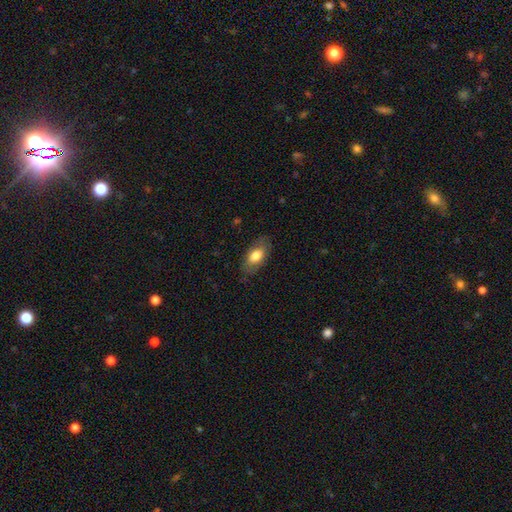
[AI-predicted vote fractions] Q: Smooth or featured?
A: smooth (74%); runner-up: featured or disk (19%)
Q: How rounded?
A: in between (91%); runner-up: cigar-shaped (5%)
Q: Merging?
A: none (80%); runner-up: minor disturbance (15%)